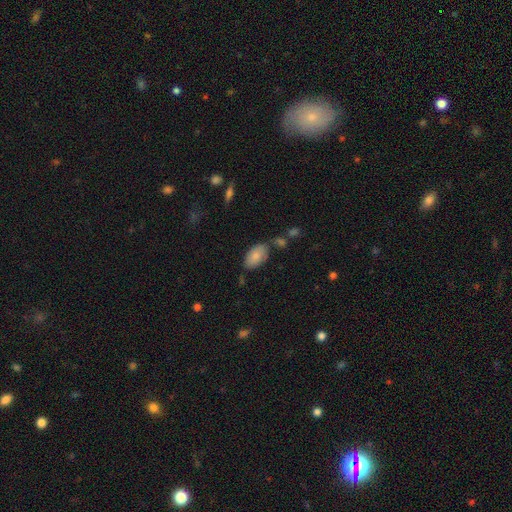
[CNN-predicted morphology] A smooth galaxy with no disk features (83%) that is in between round and cigar-shaped (95%). Merging: none (69%).